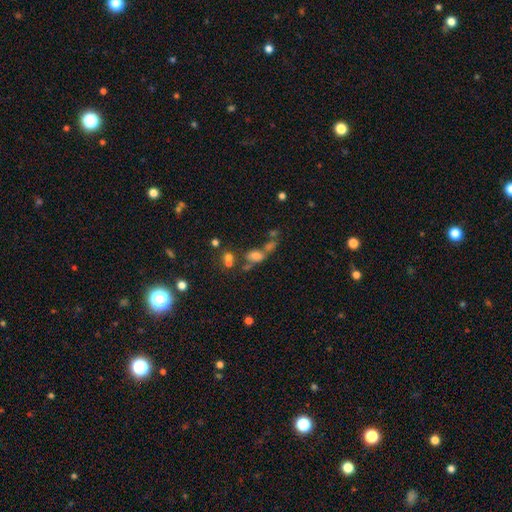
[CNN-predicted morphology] Smooth or featured: smooth — 61% (featured or disk — 20%)
How rounded: in between — 77% (round — 18%)
Merging: merger — 43% (none — 33%)